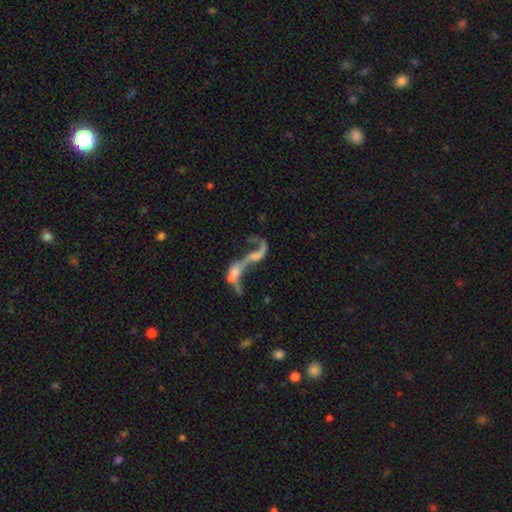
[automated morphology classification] type=featured or disk (67%); edge-on=no (94%); bar=no (65%); spiral arms=yes (55%); bulge=none (56%); merging=merger (59%).